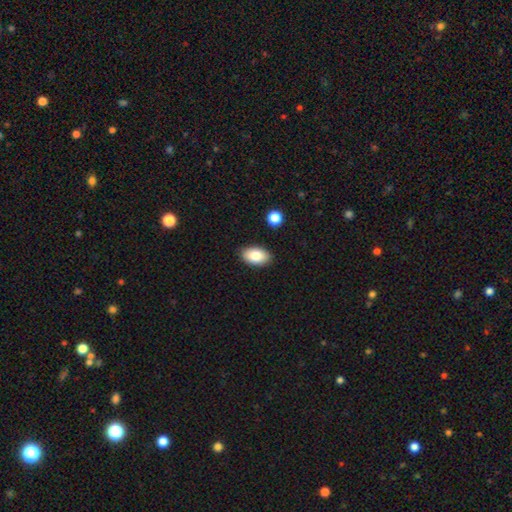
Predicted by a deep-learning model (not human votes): The model was most divided on "smooth or featured": smooth: 84%, featured or disk: 9%, star or artifact: 7%. More confident: how rounded — in between (93%); merging — none (88%).